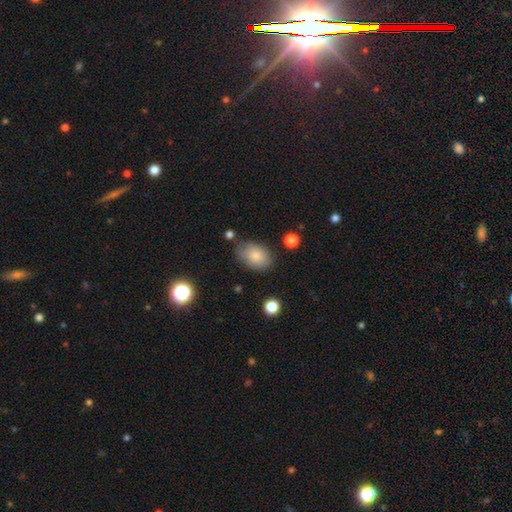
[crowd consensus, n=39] A smooth galaxy with no disk features (82%) that is in between round and cigar-shaped (81%). Merging: none (67%).